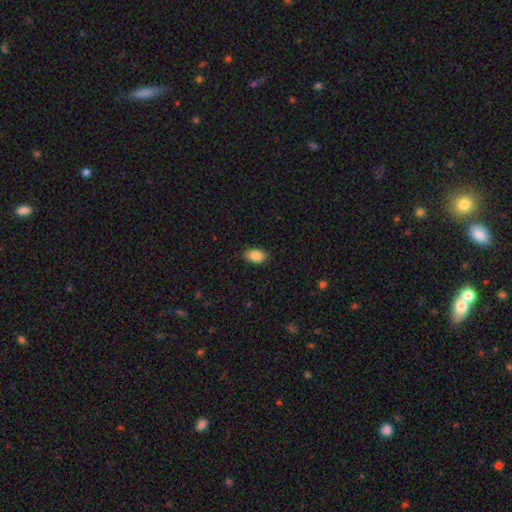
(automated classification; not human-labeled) Smooth or featured?
  - smooth: 87% *
  - star or artifact: 7%
  - featured or disk: 5%
How rounded?
  - in between: 91% *
  - round: 8%
  - cigar-shaped: 1%
Merging?
  - none: 88% *
  - minor disturbance: 9%
  - major disturbance: 2%
  - merger: 1%